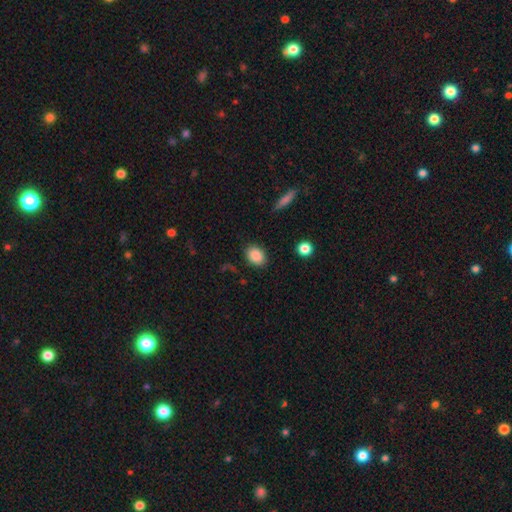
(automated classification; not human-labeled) Smooth or featured? Predicted: smooth (p=0.87). How rounded? Predicted: in between (p=0.69). Merging? Predicted: none (p=0.86).